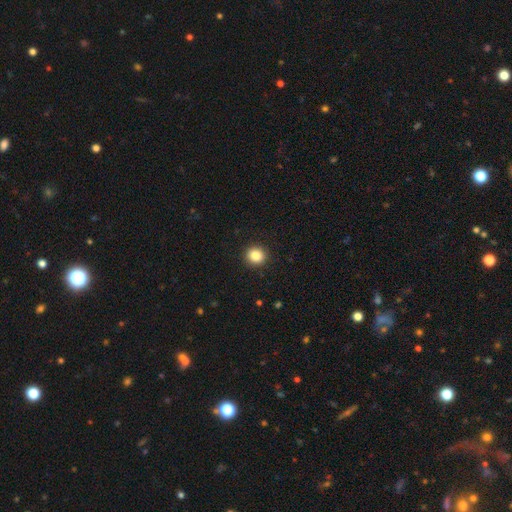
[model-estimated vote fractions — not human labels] Smooth or featured? smooth (85%)
How rounded? round (90%)
Merging? none (93%)